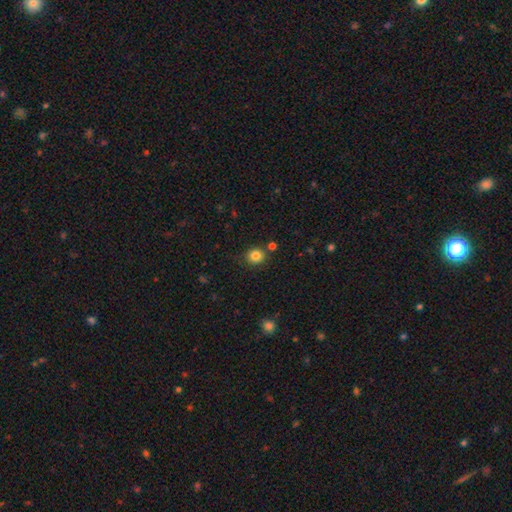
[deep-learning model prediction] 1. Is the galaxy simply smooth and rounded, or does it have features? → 83% smooth, 12% star or artifact, 5% featured or disk.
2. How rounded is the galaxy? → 83% round, 16% in between, 1% cigar-shaped.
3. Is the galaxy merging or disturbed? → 81% none, 10% minor disturbance, 7% merger, 3% major disturbance.